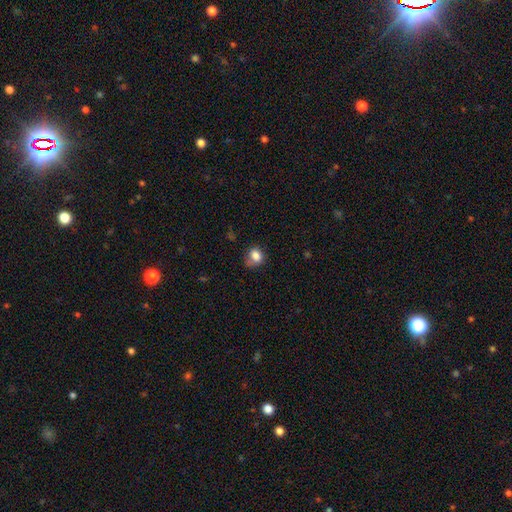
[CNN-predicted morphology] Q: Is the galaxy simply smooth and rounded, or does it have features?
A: smooth — 82%.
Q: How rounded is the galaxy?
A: round — 55%.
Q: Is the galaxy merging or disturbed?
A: none — 53%.